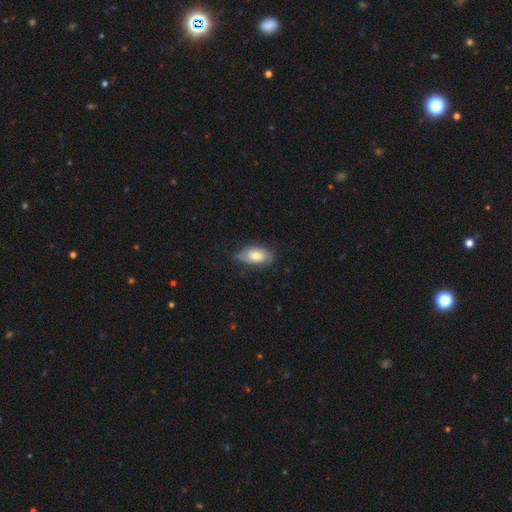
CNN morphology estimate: smooth-or-featured: smooth: 68% | featured or disk: 25% | star or artifact: 7%
  how-rounded: in between: 90% | cigar-shaped: 5% | round: 4%
  merging: none: 66% | minor disturbance: 27% | major disturbance: 6% | merger: 1%